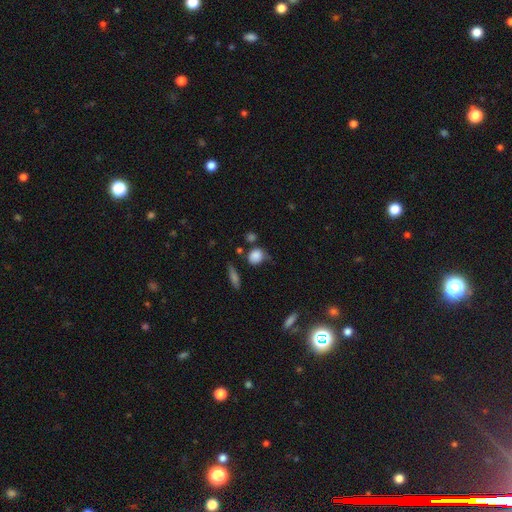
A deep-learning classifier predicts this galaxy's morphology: This is clearly a smooth galaxy (83%). How rounded: likely round (76%). Merging: possibly none (56%).